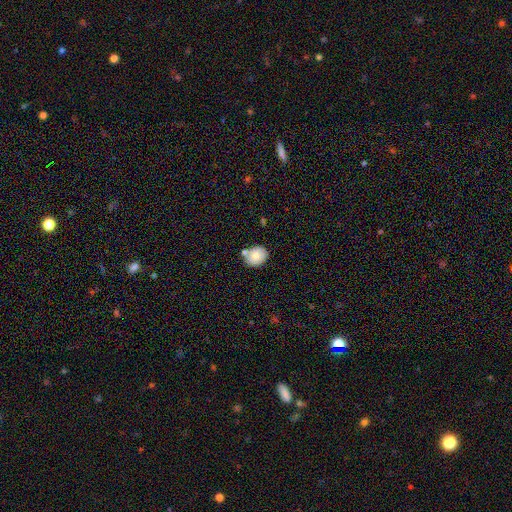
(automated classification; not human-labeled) A smooth galaxy with no disk features (78%) that is round (53%).

Vote fractions:
- Smooth or featured? smooth: 78% / featured or disk: 14% / star or artifact: 8%
- How rounded? round: 53% / in between: 46% / cigar-shaped: 1%
- Merging? none: 68% / merger: 15% / minor disturbance: 14% / major disturbance: 3%